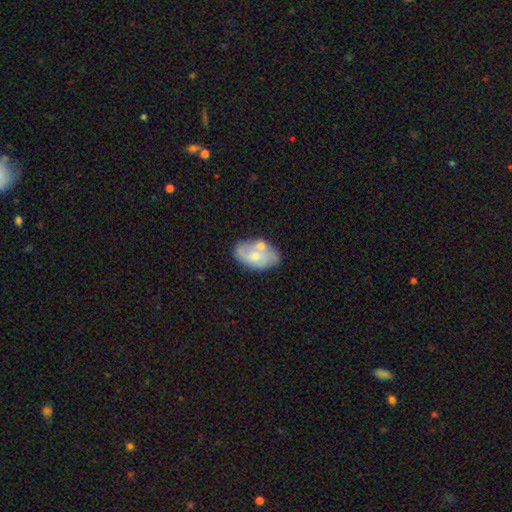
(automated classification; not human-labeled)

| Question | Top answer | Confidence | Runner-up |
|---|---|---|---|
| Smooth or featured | featured or disk | 48% | smooth (45%) |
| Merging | none | 52% | minor disturbance (23%) |